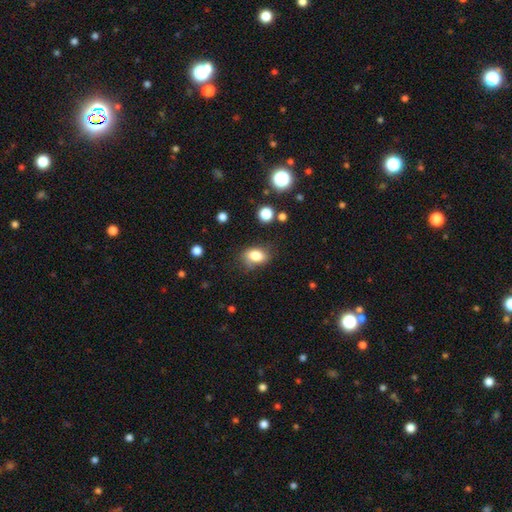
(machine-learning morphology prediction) Smooth or featured: smooth — 81% (star or artifact — 10%)
How rounded: in between — 79% (round — 19%)
Merging: none — 70% (minor disturbance — 21%)